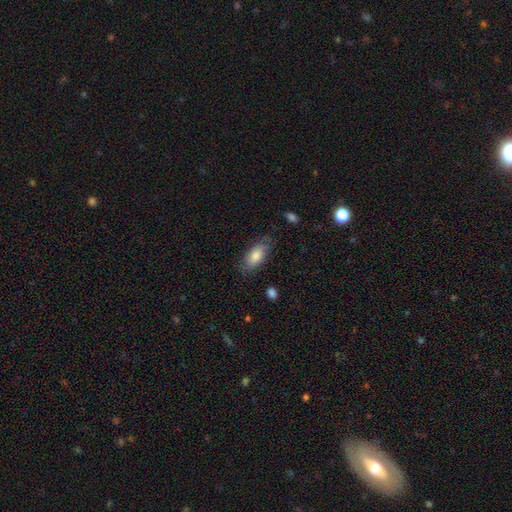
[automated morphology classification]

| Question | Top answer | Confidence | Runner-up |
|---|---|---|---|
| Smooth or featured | smooth | 77% | featured or disk (16%) |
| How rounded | in between | 87% | cigar-shaped (11%) |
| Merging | none | 75% | minor disturbance (18%) |